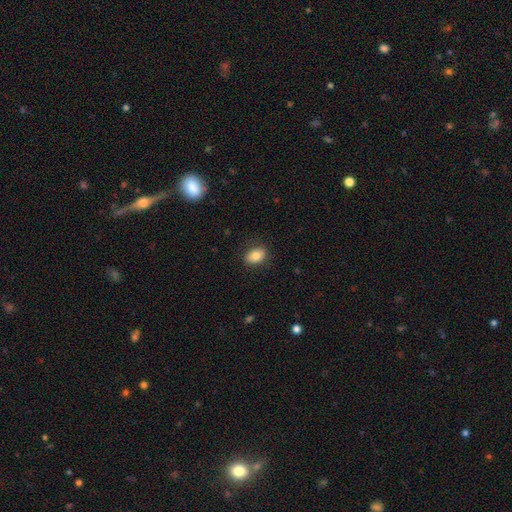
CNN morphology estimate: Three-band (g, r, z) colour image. It shows a smooth galaxy with no disk features (82%) that is in between round and cigar-shaped (77%). Merging: none (85%).